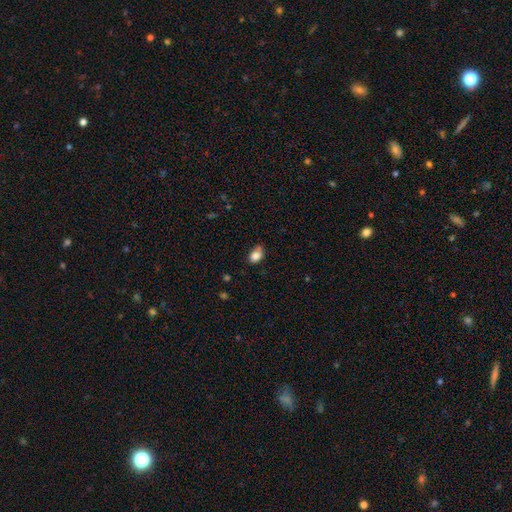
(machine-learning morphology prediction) smooth 84%, star or artifact 9%, featured or disk 7%. Down the decision tree: how rounded — in between (81%); merging — none (60%).